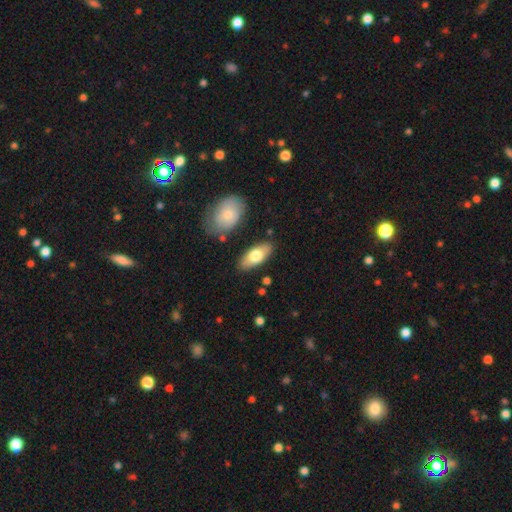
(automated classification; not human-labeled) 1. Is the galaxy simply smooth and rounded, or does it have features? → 70% smooth, 25% featured or disk, 6% star or artifact.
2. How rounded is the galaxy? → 87% in between, 11% cigar-shaped, 3% round.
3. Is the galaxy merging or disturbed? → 84% none, 10% minor disturbance, 4% merger, 2% major disturbance.